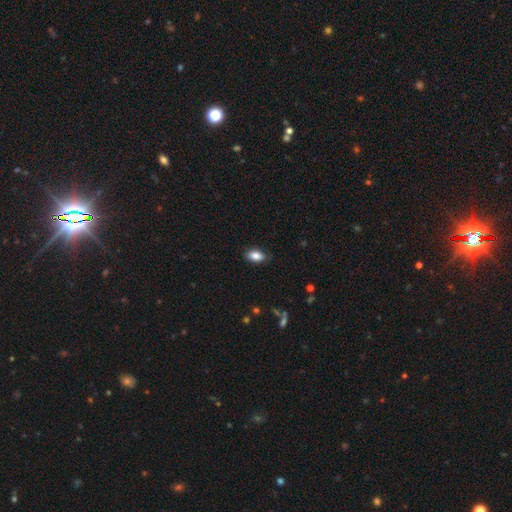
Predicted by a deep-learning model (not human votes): Overall: smooth (86%). How rounded: in between (91%). Merging: none (83%).